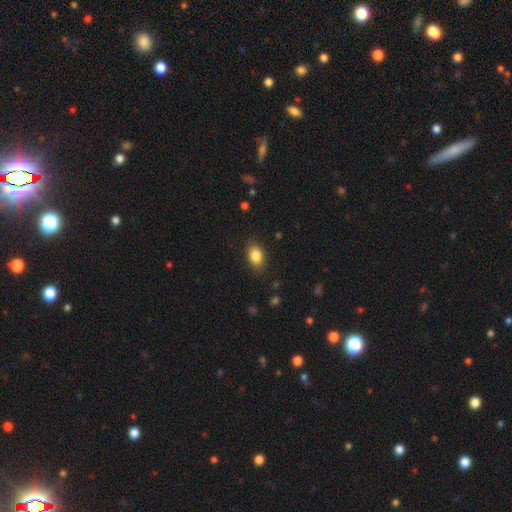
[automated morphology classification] Smooth or featured? smooth (86%)
How rounded? in between (83%)
Merging? none (85%)